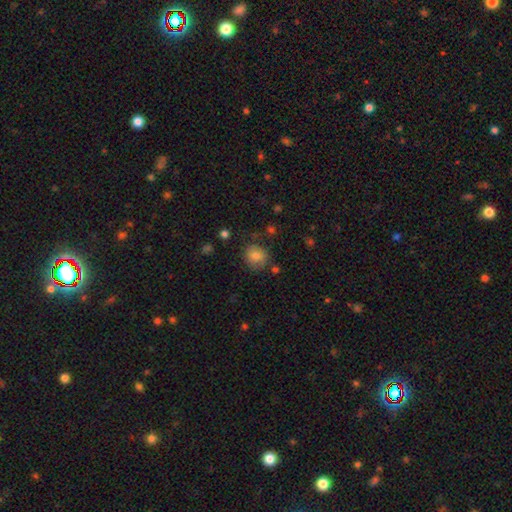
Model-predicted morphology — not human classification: Smooth or featured: smooth — 82% (star or artifact — 10%)
How rounded: round — 77% (in between — 22%)
Merging: none — 76% (minor disturbance — 16%)